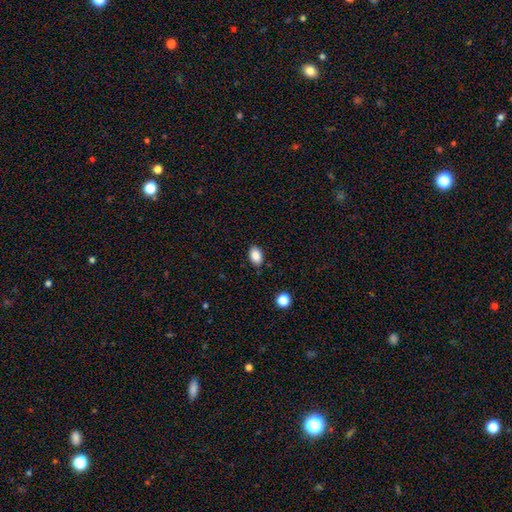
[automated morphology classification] Smooth or featured? smooth (87%)
How rounded? in between (88%)
Merging? none (85%)